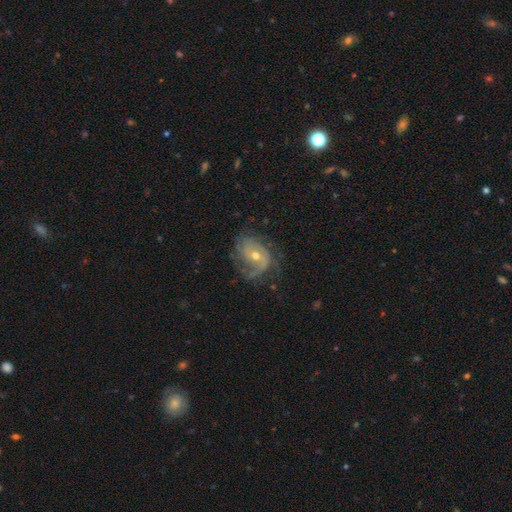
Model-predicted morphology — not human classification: Smooth or featured? Predicted: featured or disk (p=0.84). Edge-on disk? Predicted: no (p=0.97). Bar? Predicted: no (p=0.65). Spiral arms? Predicted: yes (p=0.94). Spiral winding? Predicted: tight (p=0.43). Spiral arm count? Predicted: 2 (p=0.40). Bulge size? Predicted: moderate (p=0.57). Merging? Predicted: none (p=0.63).